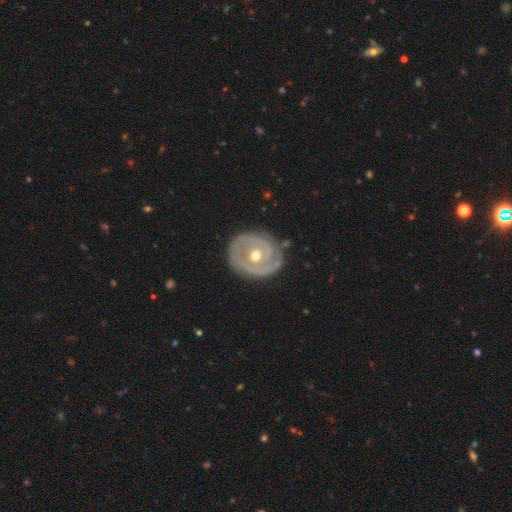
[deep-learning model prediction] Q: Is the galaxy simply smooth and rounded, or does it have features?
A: featured or disk — 77%.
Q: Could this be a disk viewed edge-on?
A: no — 97%.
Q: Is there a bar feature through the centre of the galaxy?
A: no — 74%.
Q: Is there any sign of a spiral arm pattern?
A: yes — 69%.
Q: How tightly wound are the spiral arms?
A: tight — 67%.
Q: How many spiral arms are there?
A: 2 — 43%.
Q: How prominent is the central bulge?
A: moderate — 69%.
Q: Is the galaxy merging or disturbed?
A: none — 74%.